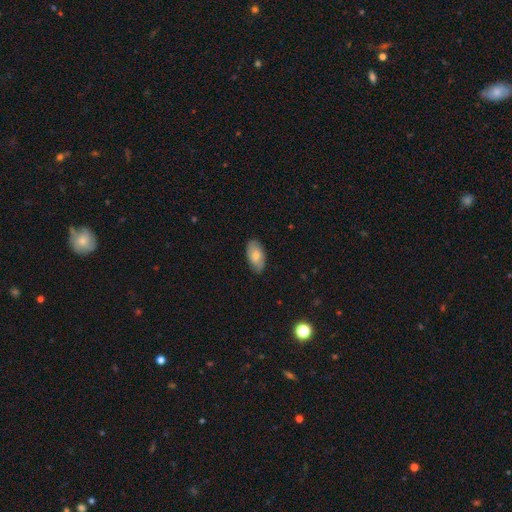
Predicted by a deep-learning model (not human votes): smooth_or_featured: smooth (p=0.69) [alt: featured or disk p=0.25]
how_rounded: in between (p=0.94) [alt: round p=0.03]
merging: none (p=0.83) [alt: minor disturbance p=0.14]